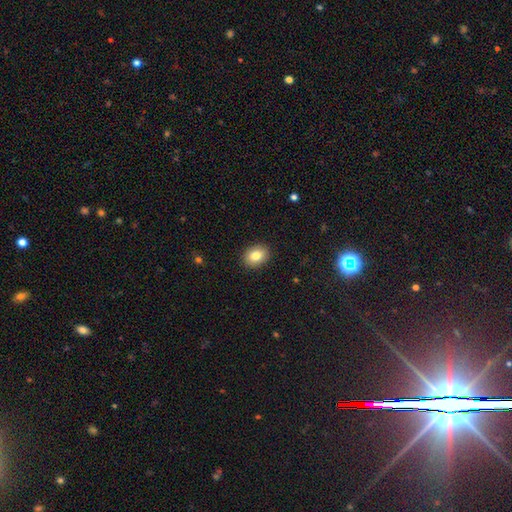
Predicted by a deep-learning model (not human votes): Smooth or featured: smooth — 83% (star or artifact — 9%)
How rounded: in between — 58% (round — 42%)
Merging: none — 90% (minor disturbance — 7%)